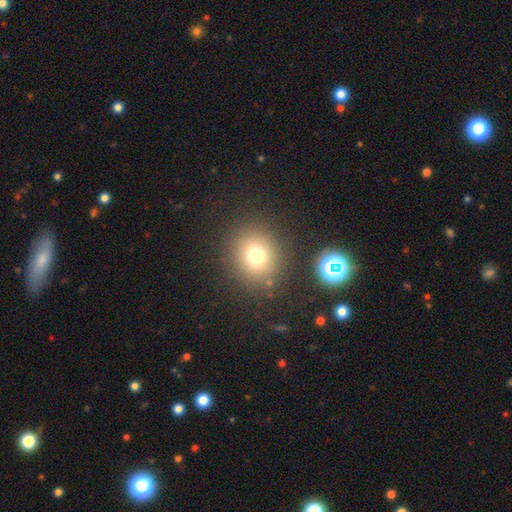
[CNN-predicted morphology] Smooth or featured? smooth (73%)
How rounded? round (83%)
Merging? none (85%)